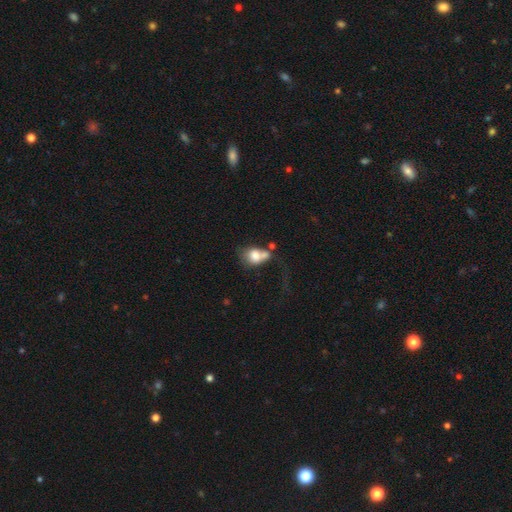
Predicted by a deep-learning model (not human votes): Smooth or featured? Predicted: smooth (p=0.70). How rounded? Predicted: round (p=0.50). Merging? Predicted: merger (p=0.45).